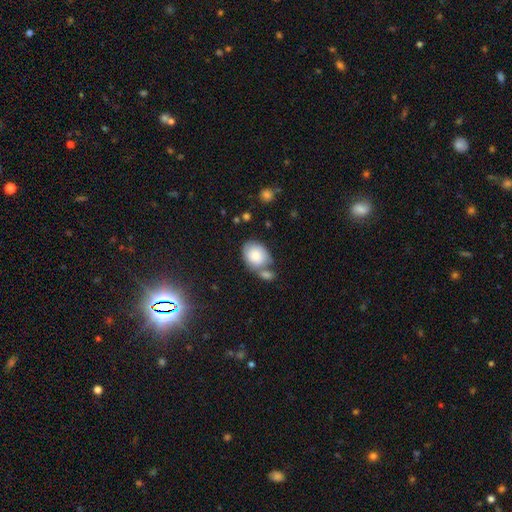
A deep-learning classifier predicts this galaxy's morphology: Smooth or featured? Predicted: smooth (p=0.73). How rounded? Predicted: in between (p=0.61). Merging? Predicted: none (p=0.45).